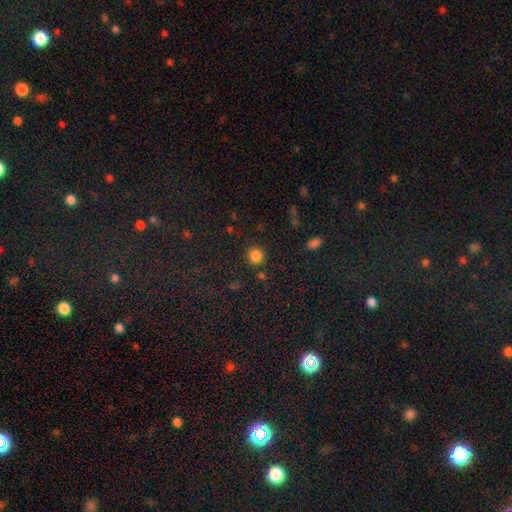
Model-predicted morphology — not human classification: Smooth or featured: smooth — 84% (star or artifact — 12%)
How rounded: round — 92% (in between — 7%)
Merging: none — 88% (minor disturbance — 7%)